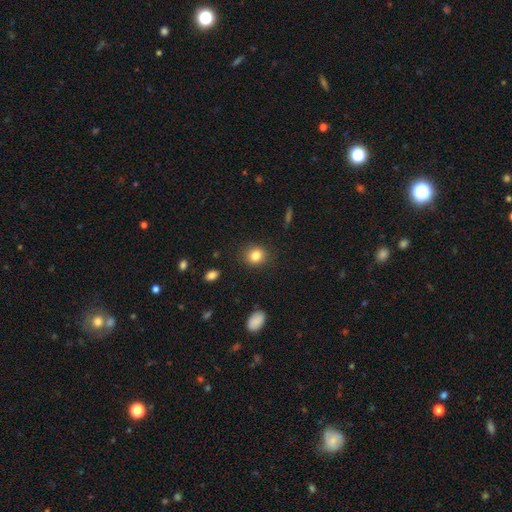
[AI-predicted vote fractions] smooth_or_featured: smooth (p=0.84) [alt: star or artifact p=0.10]
how_rounded: round (p=0.76) [alt: in between p=0.23]
merging: none (p=0.88) [alt: minor disturbance p=0.08]